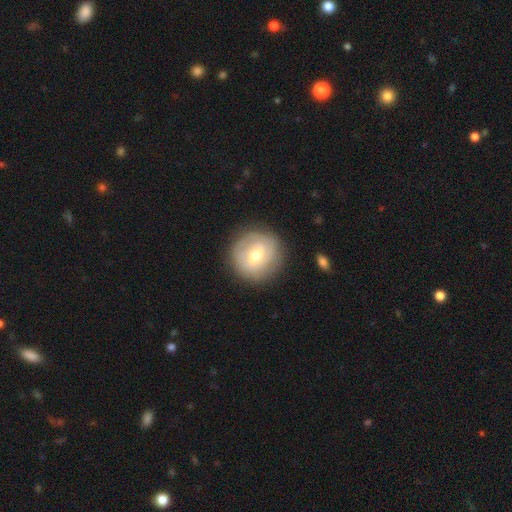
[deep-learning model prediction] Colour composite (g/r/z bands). It shows a featured or disk galaxy (48%). Merging: none (83%).